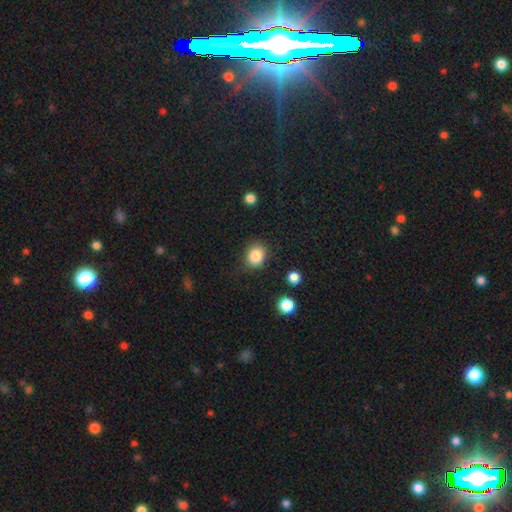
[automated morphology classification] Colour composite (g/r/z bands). It shows a smooth galaxy with no disk features (86%) that is round (61%). Merging: none (80%).